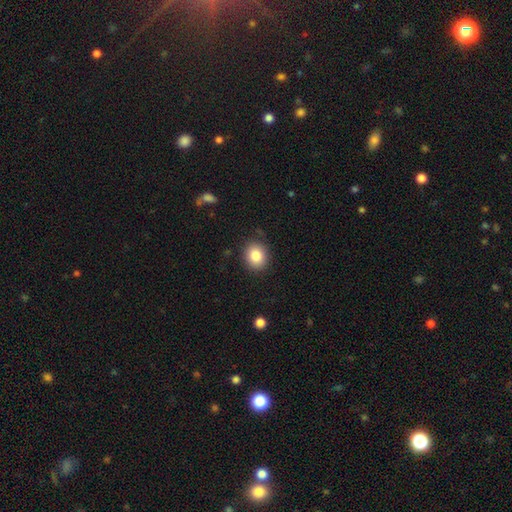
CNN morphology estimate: Smooth or featured?
  - smooth: 83% *
  - star or artifact: 9%
  - featured or disk: 7%
How rounded?
  - round: 66% *
  - in between: 33%
  - cigar-shaped: 1%
Merging?
  - none: 87% *
  - minor disturbance: 9%
  - major disturbance: 3%
  - merger: 1%